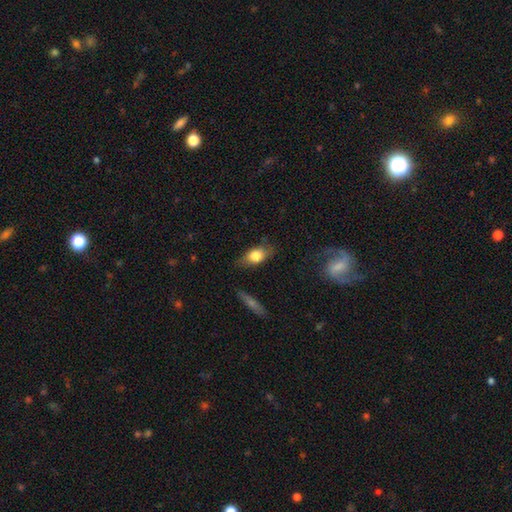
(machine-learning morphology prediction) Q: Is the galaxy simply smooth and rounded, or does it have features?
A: smooth — 73%.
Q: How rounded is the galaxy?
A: in between — 79%.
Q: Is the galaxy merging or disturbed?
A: none — 71%.